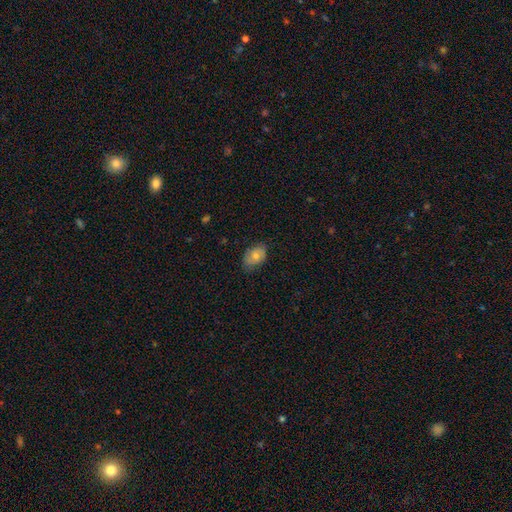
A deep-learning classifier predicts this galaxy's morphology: A smooth galaxy with no disk features (71%) that is in between round and cigar-shaped (87%).

Vote fractions:
- Smooth or featured? smooth: 71% / featured or disk: 22% / star or artifact: 7%
- How rounded? in between: 87% / round: 12% / cigar-shaped: 1%
- Merging? none: 74% / minor disturbance: 21% / major disturbance: 4% / merger: 1%